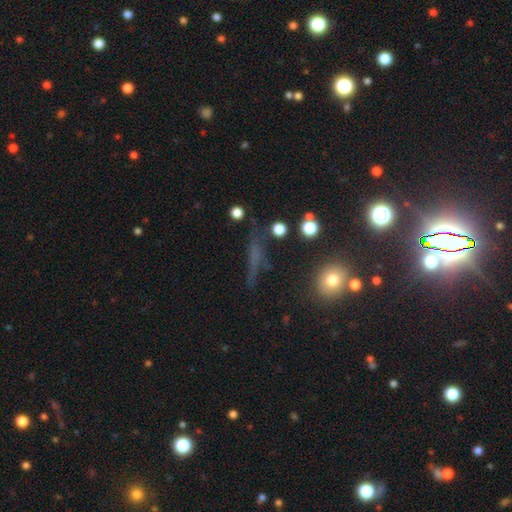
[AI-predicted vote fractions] A smooth galaxy with no disk features (40%).

Vote fractions:
- Smooth or featured? smooth: 40% / star or artifact: 30% / featured or disk: 30%
- Merging? none: 67% / minor disturbance: 17% / major disturbance: 11% / merger: 5%